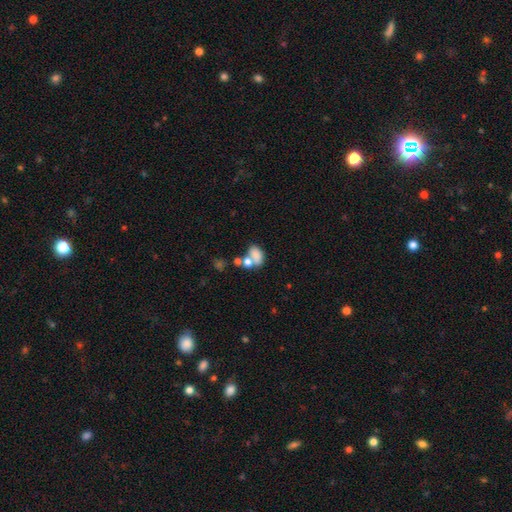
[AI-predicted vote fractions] A smooth galaxy with no disk features (72%) that is in between round and cigar-shaped (77%).

Vote fractions:
- Smooth or featured? smooth: 72% / featured or disk: 16% / star or artifact: 11%
- How rounded? in between: 77% / round: 21% / cigar-shaped: 2%
- Merging? merger: 48% / none: 28% / minor disturbance: 13% / major disturbance: 10%